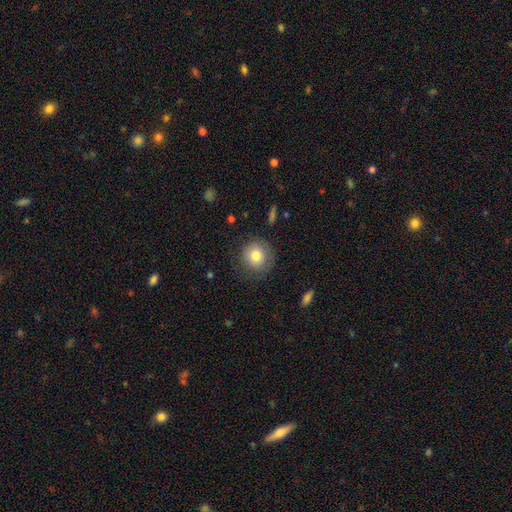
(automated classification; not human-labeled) Smooth or featured: smooth — 78% (featured or disk — 13%)
How rounded: round — 91% (in between — 8%)
Merging: none — 80% (minor disturbance — 14%)